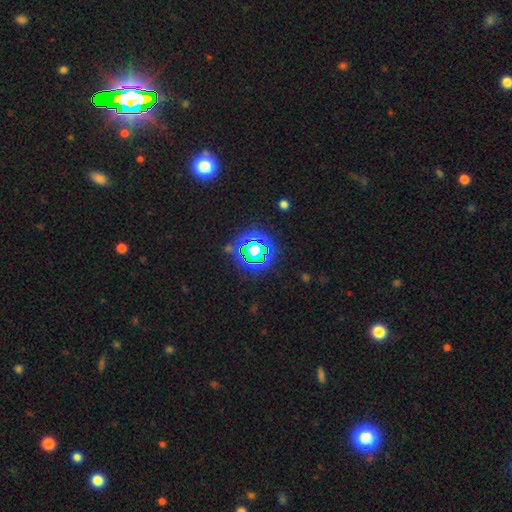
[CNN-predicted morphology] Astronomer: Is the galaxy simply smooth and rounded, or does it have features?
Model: star or artifact — 73%.